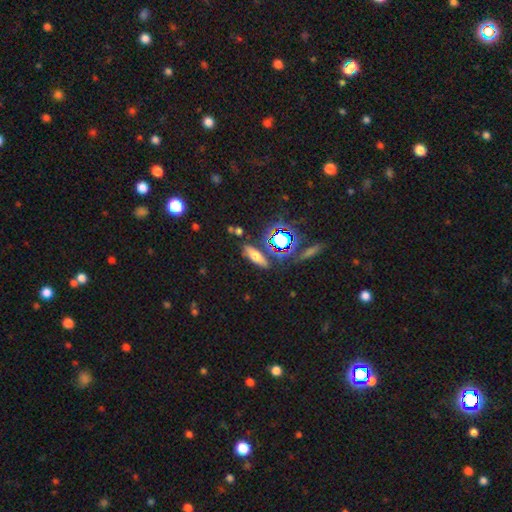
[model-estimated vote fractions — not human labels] Smooth or featured?
  - smooth: 60% *
  - star or artifact: 24%
  - featured or disk: 15%
How rounded?
  - cigar-shaped: 47% *
  - in between: 45%
  - round: 8%
Merging?
  - none: 77% *
  - minor disturbance: 12%
  - merger: 6%
  - major disturbance: 4%